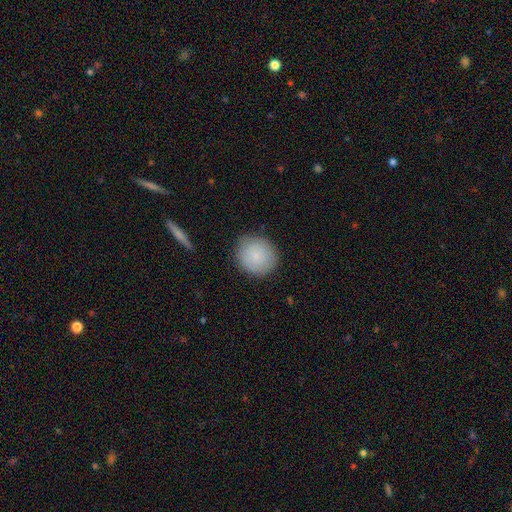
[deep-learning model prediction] A smooth galaxy with no disk features (82%) that is round (90%). Merging: none (86%).